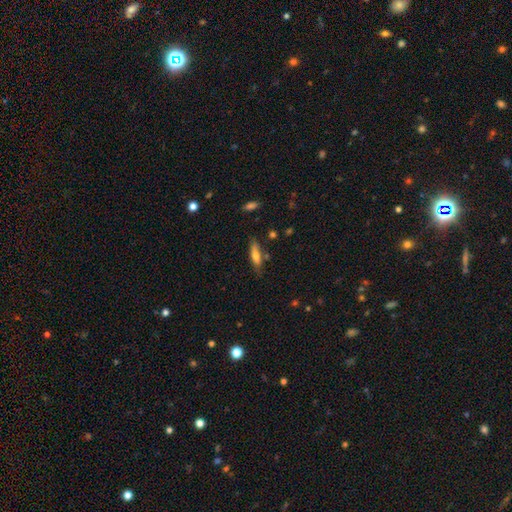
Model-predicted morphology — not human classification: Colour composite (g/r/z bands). It shows a smooth galaxy with no disk features (65%) that is cigar-shaped (64%). Merging: none (72%).